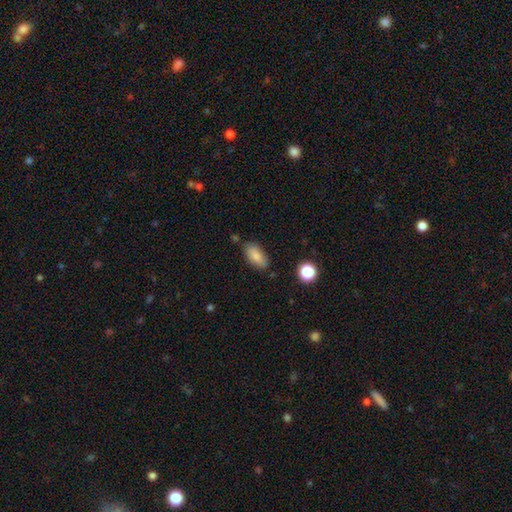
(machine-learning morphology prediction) A smooth galaxy with no disk features (82%) that is in between round and cigar-shaped (90%). Merging: none (78%).